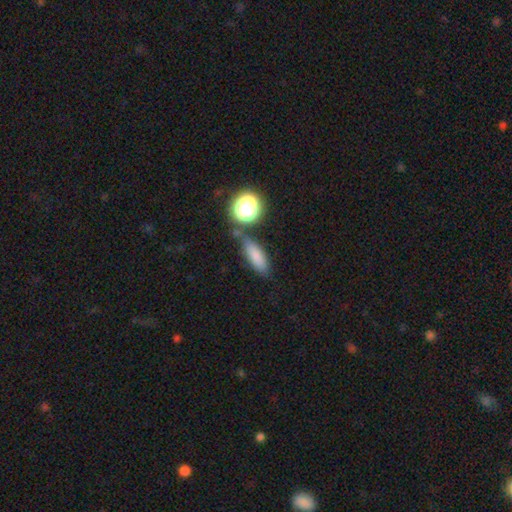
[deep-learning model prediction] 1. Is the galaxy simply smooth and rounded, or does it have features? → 76% smooth, 14% star or artifact, 10% featured or disk.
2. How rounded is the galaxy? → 55% in between, 34% cigar-shaped, 10% round.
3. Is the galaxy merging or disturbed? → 69% none, 15% minor disturbance, 11% merger, 5% major disturbance.